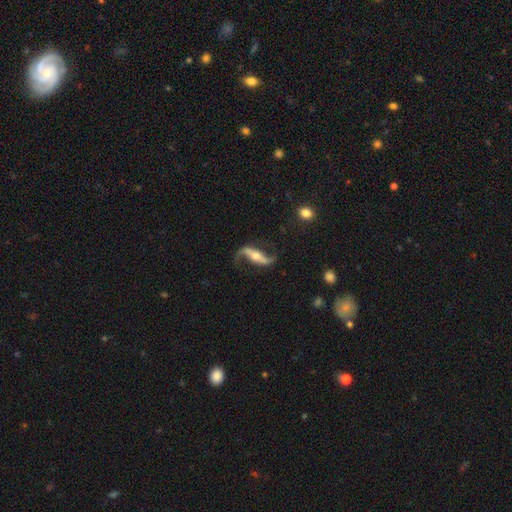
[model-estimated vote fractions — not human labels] smooth_or_featured: featured or disk (p=0.89) [alt: smooth p=0.07]
disk_edge_on: no (p=0.86) [alt: yes p=0.14]
bar: strong (p=0.50) [alt: no p=0.28]
has_spiral_arms: yes (p=0.96) [alt: no p=0.04]
spiral_winding: loose (p=0.87) [alt: medium p=0.10]
spiral_arm_count: 2 (p=0.93) [alt: 1 p=0.02]
bulge_size: moderate (p=0.55) [alt: small p=0.33]
merging: none (p=0.76) [alt: minor disturbance p=0.13]